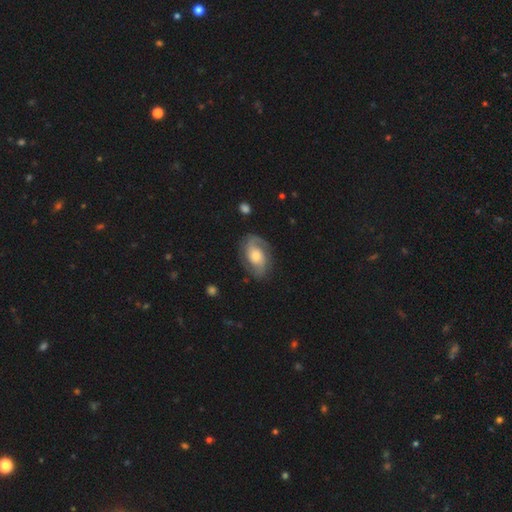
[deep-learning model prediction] smooth_or_featured: featured or disk (p=0.82) [alt: smooth p=0.13]
disk_edge_on: no (p=0.97) [alt: yes p=0.03]
bar: no (p=0.61) [alt: weak p=0.31]
has_spiral_arms: yes (p=0.95) [alt: no p=0.05]
spiral_winding: medium (p=0.48) [alt: tight p=0.32]
spiral_arm_count: 2 (p=0.86) [alt: can't tell p=0.06]
bulge_size: moderate (p=0.57) [alt: small p=0.24]
merging: none (p=0.79) [alt: minor disturbance p=0.14]